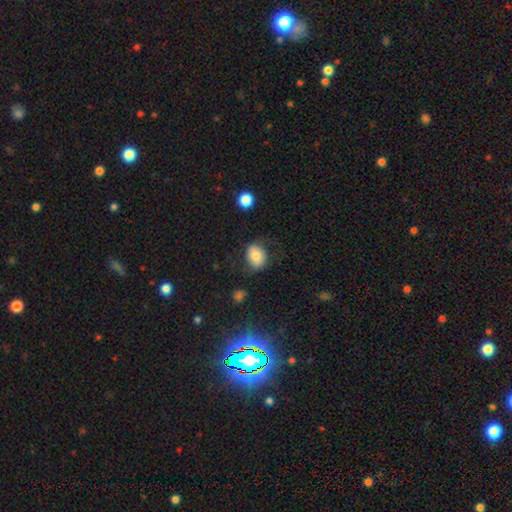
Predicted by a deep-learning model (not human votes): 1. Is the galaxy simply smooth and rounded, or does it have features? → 72% smooth, 19% featured or disk, 9% star or artifact.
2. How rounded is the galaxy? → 50% round, 49% in between, 1% cigar-shaped.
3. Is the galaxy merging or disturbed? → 66% none, 22% minor disturbance, 10% major disturbance, 2% merger.